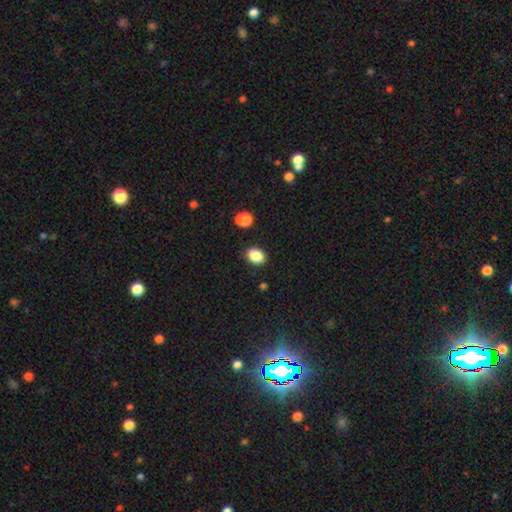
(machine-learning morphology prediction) Q: Smooth or featured?
A: smooth (87%); runner-up: star or artifact (9%)
Q: How rounded?
A: in between (68%); runner-up: round (31%)
Q: Merging?
A: none (85%); runner-up: minor disturbance (10%)